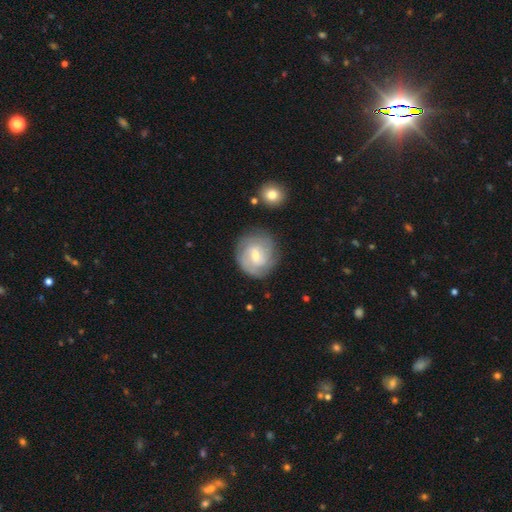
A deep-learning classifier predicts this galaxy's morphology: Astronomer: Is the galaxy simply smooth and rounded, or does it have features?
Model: featured or disk — 74%.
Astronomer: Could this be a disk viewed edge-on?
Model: no — 98%.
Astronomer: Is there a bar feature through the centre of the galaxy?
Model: weak — 61%.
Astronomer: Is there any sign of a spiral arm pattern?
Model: yes — 93%.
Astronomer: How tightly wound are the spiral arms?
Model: tight — 61%.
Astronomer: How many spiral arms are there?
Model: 2 — 34% (runner-up: can't tell, 30%).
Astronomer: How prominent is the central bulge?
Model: small — 53% (runner-up: moderate, 42%).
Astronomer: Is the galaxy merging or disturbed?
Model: none — 79%.